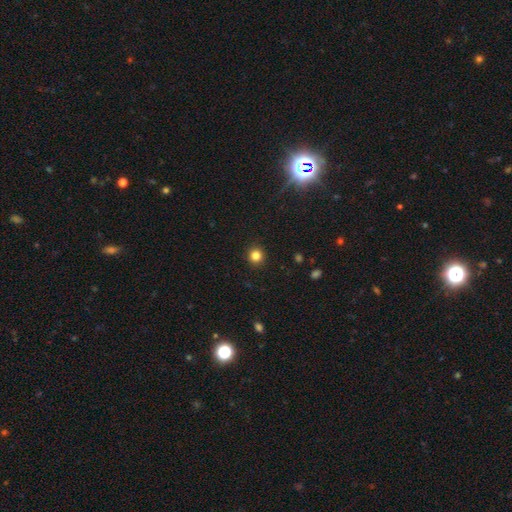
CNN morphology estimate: A smooth galaxy with no disk features (82%) that is round (93%). Merging: none (92%).